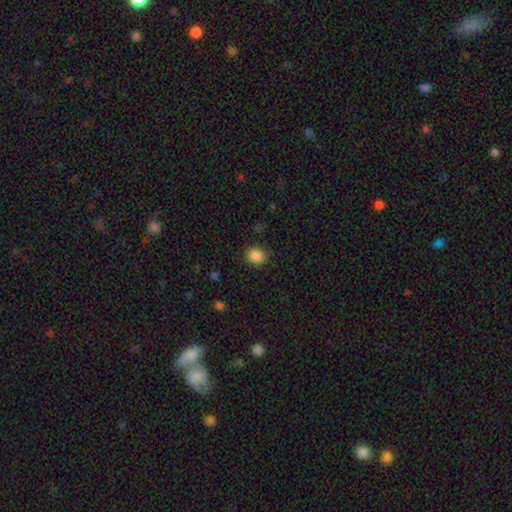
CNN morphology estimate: The model was most divided on "how rounded": round: 72%, in between: 27%, cigar-shaped: 1%. More confident: merging — none (87%); smooth or featured — smooth (87%).